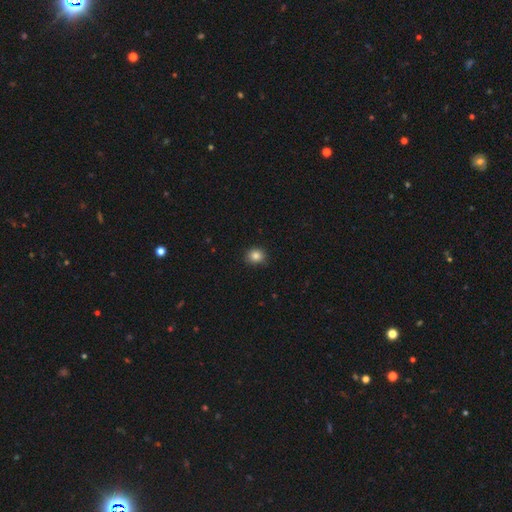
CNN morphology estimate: The model was most divided on "how rounded": round: 76%, in between: 23%, cigar-shaped: 1%. More confident: smooth or featured — smooth (84%); merging — none (84%).